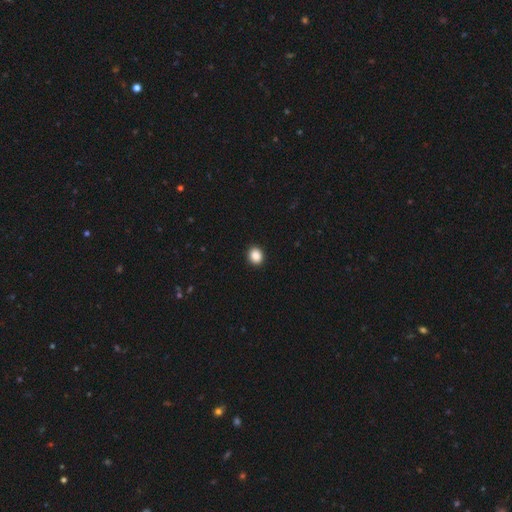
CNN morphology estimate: Smooth or featured?
  - smooth: 88% *
  - star or artifact: 9%
  - featured or disk: 3%
How rounded?
  - round: 69% *
  - in between: 30%
  - cigar-shaped: 1%
Merging?
  - none: 92% *
  - minor disturbance: 5%
  - major disturbance: 2%
  - merger: 1%